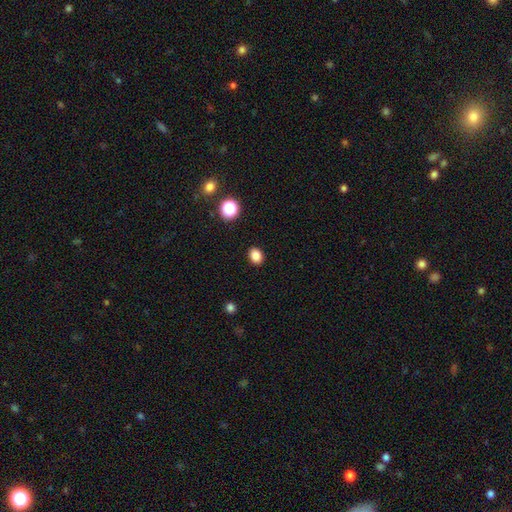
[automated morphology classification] This is clearly a smooth galaxy (85%). How rounded: possibly in between (57%). Merging: clearly none (90%).